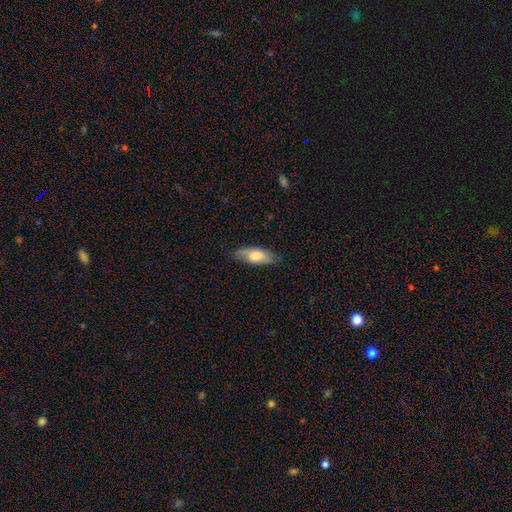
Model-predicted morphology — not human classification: Smooth or featured?
  - smooth: 67% *
  - featured or disk: 27%
  - star or artifact: 6%
How rounded?
  - in between: 72% *
  - cigar-shaped: 26%
  - round: 2%
Merging?
  - none: 72% *
  - minor disturbance: 22%
  - major disturbance: 5%
  - merger: 1%